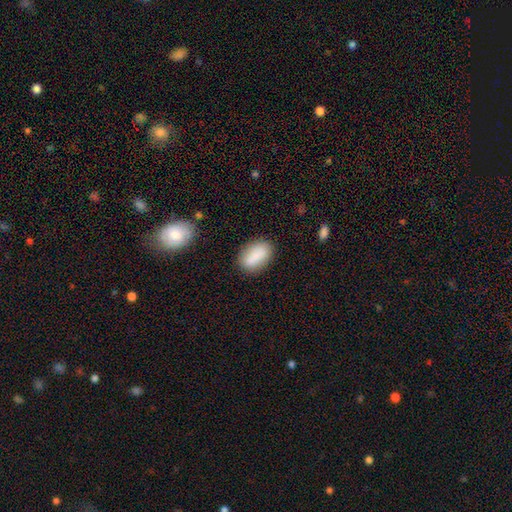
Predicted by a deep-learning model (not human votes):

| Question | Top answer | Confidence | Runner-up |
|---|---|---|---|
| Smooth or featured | smooth | 82% | featured or disk (10%) |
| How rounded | in between | 89% | round (9%) |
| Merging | none | 79% | minor disturbance (14%) |